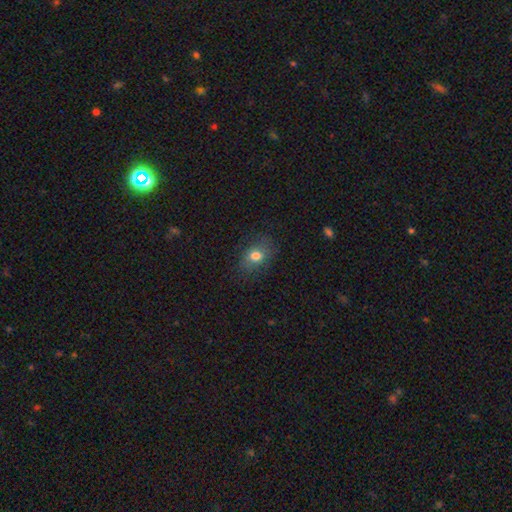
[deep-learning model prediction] This is likely a smooth galaxy (76%). How rounded: likely in between (66%). Merging: likely none (79%).